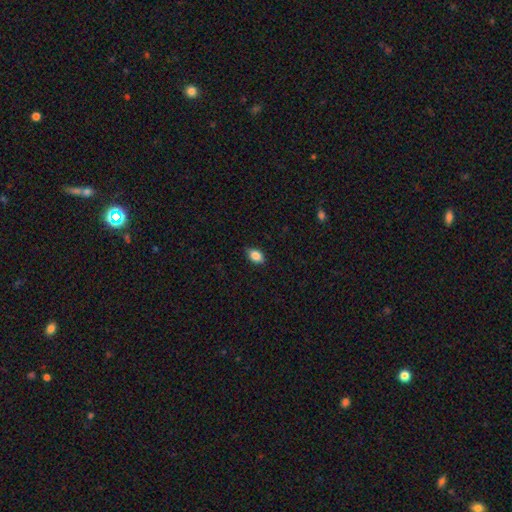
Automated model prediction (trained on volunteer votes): Smooth or featured: smooth — 84% (star or artifact — 8%)
How rounded: in between — 84% (round — 13%)
Merging: none — 82% (minor disturbance — 15%)